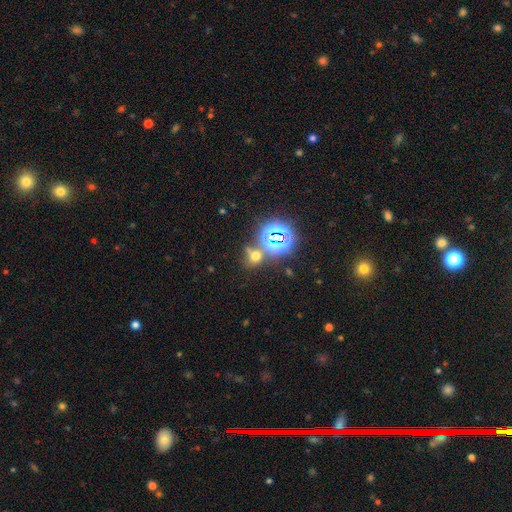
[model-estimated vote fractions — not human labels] Smooth or featured?
  - star or artifact: 46% *
  - smooth: 44%
  - featured or disk: 10%